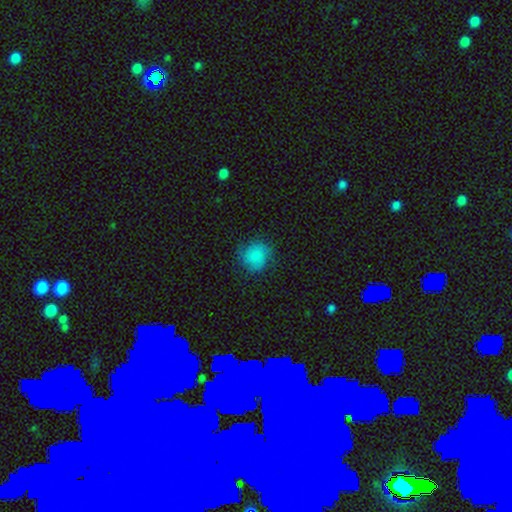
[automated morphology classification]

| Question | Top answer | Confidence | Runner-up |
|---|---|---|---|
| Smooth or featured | smooth | 80% | featured or disk (11%) |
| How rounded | round | 83% | in between (16%) |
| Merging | none | 73% | minor disturbance (19%) |